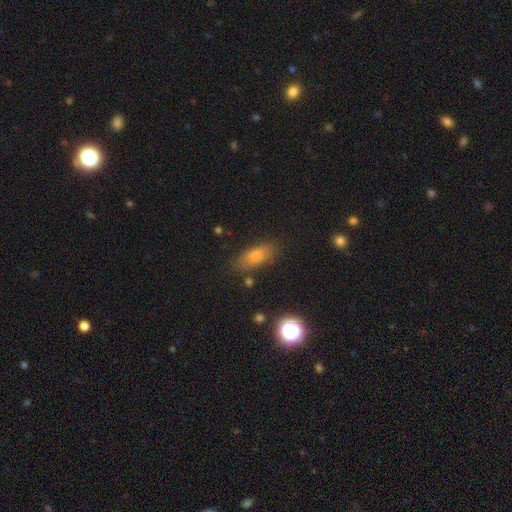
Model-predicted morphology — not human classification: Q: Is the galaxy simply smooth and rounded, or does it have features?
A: smooth — 69%.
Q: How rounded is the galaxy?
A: in between — 71%.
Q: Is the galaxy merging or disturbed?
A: none — 78%.